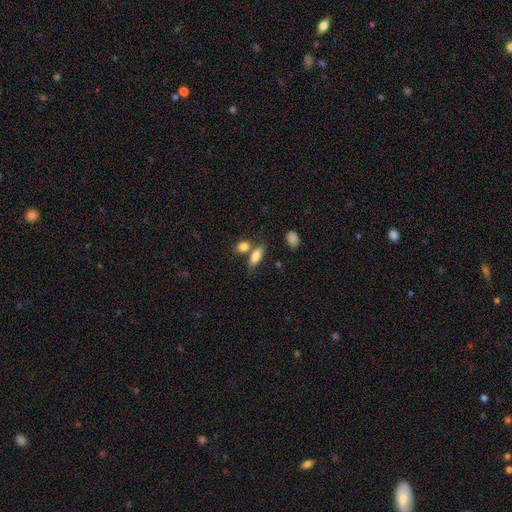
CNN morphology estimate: The model was most divided on "merging": none: 56%, merger: 24%, minor disturbance: 15%, major disturbance: 5%. More confident: smooth or featured — smooth (79%); how rounded — in between (74%).